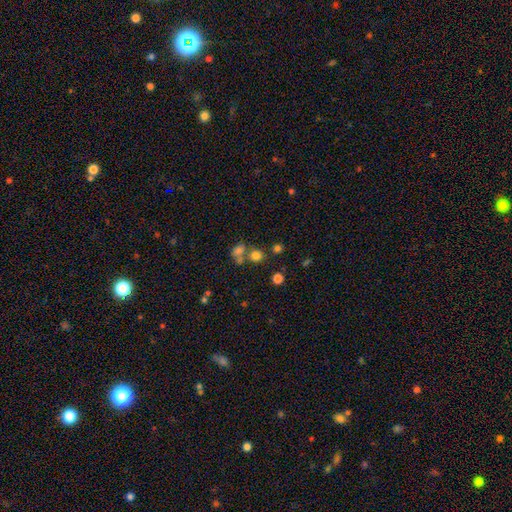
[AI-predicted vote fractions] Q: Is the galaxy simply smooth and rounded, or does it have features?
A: smooth — 71%.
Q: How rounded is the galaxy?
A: round — 78%.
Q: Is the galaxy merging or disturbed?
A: none — 54%.